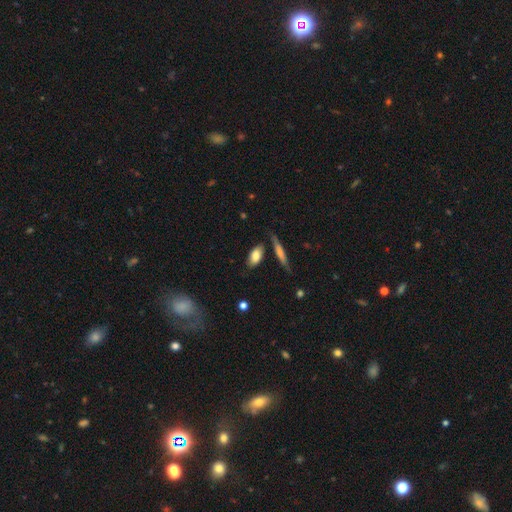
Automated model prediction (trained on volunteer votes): Smooth or featured: smooth — 79% (featured or disk — 14%)
How rounded: in between — 83% (cigar-shaped — 13%)
Merging: none — 74% (minor disturbance — 16%)